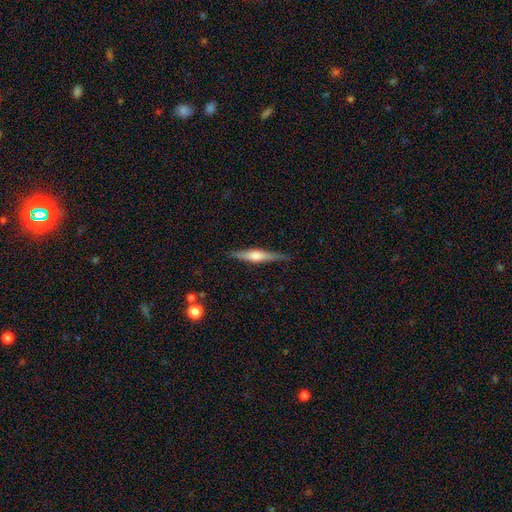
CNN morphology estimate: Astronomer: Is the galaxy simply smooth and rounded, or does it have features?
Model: featured or disk — 63%.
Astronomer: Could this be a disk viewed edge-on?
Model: yes — 97%.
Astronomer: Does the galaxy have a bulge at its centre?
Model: rounded — 79%.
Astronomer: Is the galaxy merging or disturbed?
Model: none — 87%.